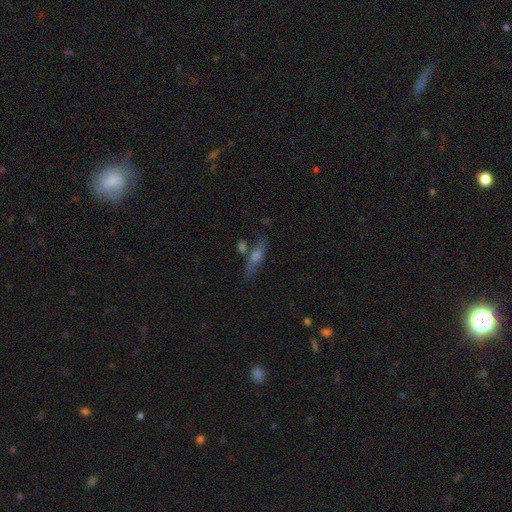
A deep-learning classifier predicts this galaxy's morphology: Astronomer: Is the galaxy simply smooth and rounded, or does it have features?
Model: featured or disk — 46% (runner-up: smooth, 39%).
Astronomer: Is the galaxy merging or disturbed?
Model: none — 64%.